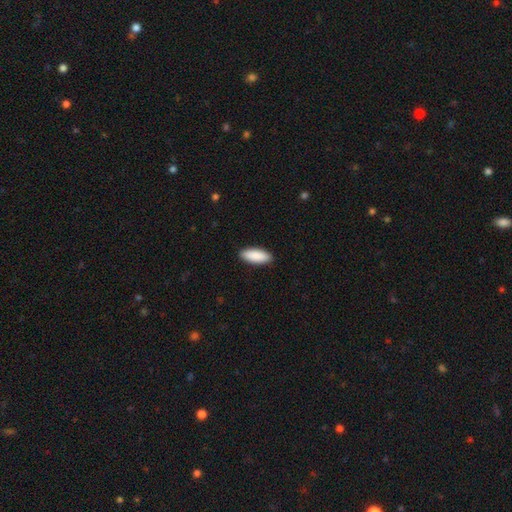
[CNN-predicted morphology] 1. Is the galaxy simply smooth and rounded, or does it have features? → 91% smooth, 5% star or artifact, 4% featured or disk.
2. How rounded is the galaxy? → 76% in between, 22% cigar-shaped, 2% round.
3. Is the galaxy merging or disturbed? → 90% none, 7% minor disturbance, 2% major disturbance, 1% merger.